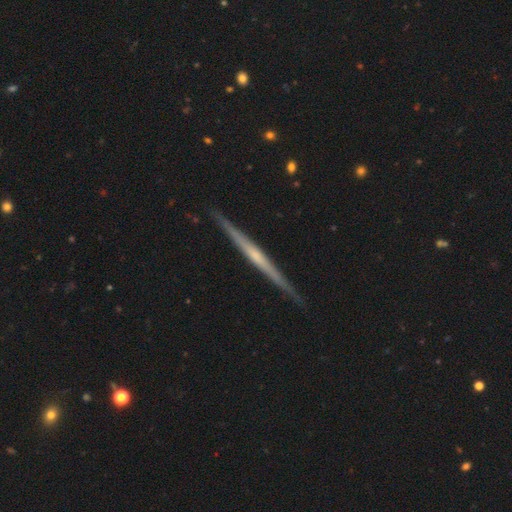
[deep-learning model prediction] The model was most divided on "edge-on bulge": none: 58%, rounded: 32%, boxy: 10%. More confident: edge-on disk — yes (98%); merging — none (91%); smooth or featured — featured or disk (74%).